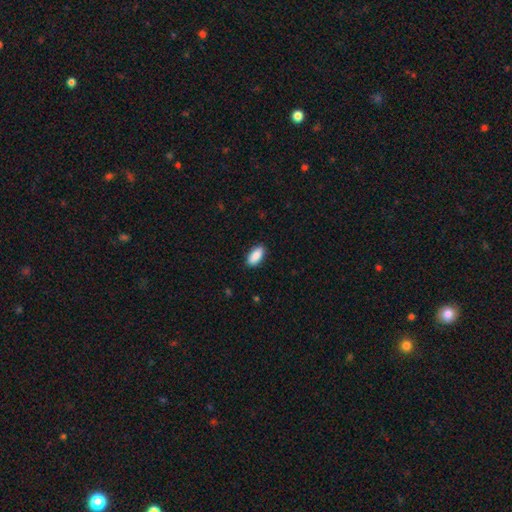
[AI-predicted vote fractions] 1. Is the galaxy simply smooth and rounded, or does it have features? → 90% smooth, 6% star or artifact, 4% featured or disk.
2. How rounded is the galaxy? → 89% in between, 9% cigar-shaped, 2% round.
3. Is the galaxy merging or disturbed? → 88% none, 9% minor disturbance, 2% major disturbance, 1% merger.